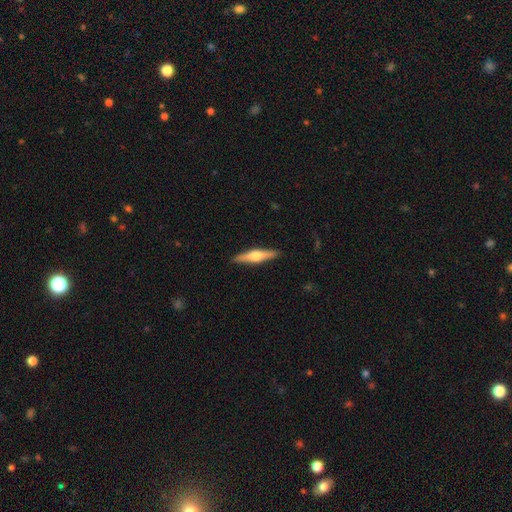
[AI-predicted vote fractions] Overall: featured or disk (64%; smooth 31%). Edge-on disk: yes (97%). Edge-on bulge: rounded (94%). Merging: none (91%).